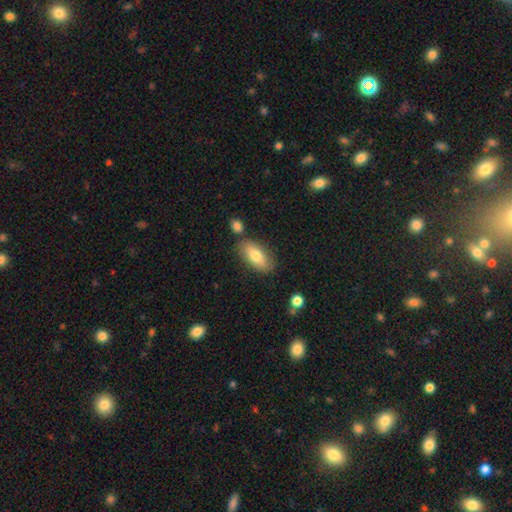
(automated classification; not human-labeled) Smooth or featured: smooth — 75% (featured or disk — 19%)
How rounded: in between — 86% (cigar-shaped — 11%)
Merging: none — 76% (minor disturbance — 13%)